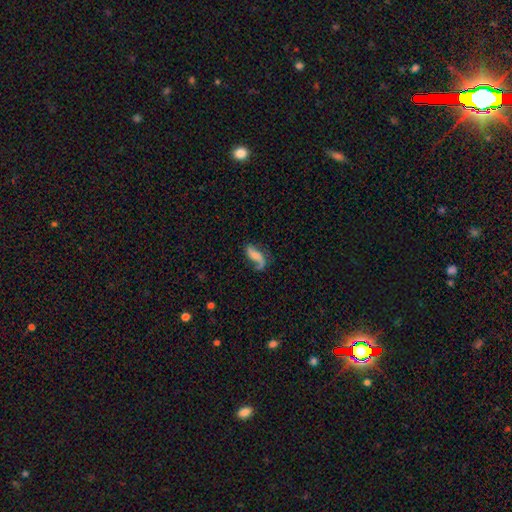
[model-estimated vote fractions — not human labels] Smooth or featured?
  - featured or disk: 61% *
  - smooth: 31%
  - star or artifact: 8%
Edge-on disk?
  - no: 93% *
  - yes: 7%
Bar?
  - no: 53% *
  - weak: 31%
  - strong: 16%
Spiral arms?
  - yes: 90% *
  - no: 10%
Spiral winding?
  - loose: 74% *
  - medium: 19%
  - tight: 7%
Spiral arm count?
  - 2: 62% *
  - 1: 33%
  - can't tell: 4%
  - 3: 1%
  - 4: 1%
  - more than 4: 1%
Bulge size?
  - small: 37% *
  - none: 33%
  - moderate: 21%
  - large: 6%
  - dominant: 2%
Merging?
  - none: 51% *
  - minor disturbance: 23%
  - major disturbance: 23%
  - merger: 3%